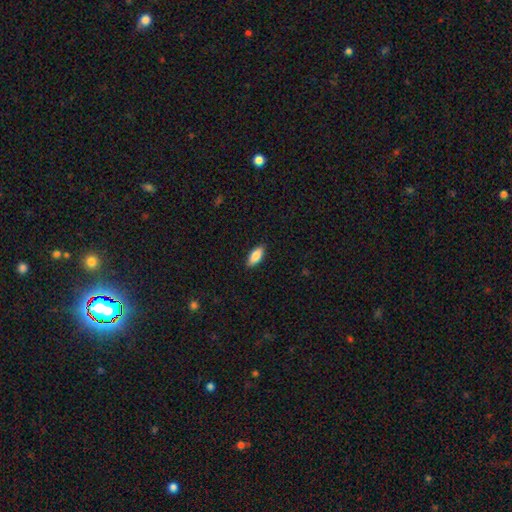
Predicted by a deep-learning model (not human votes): smooth-or-featured: smooth: 86% | featured or disk: 8% | star or artifact: 6%
  how-rounded: in between: 86% | cigar-shaped: 12% | round: 2%
  merging: none: 88% | minor disturbance: 9% | major disturbance: 2% | merger: 1%